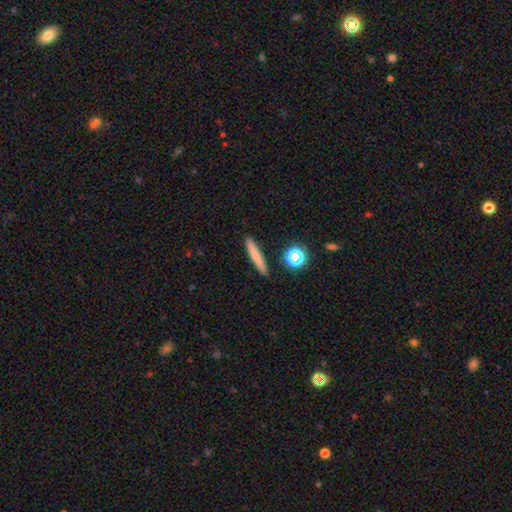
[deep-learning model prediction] Smooth or featured? smooth (68%)
How rounded? cigar-shaped (90%)
Merging? none (89%)